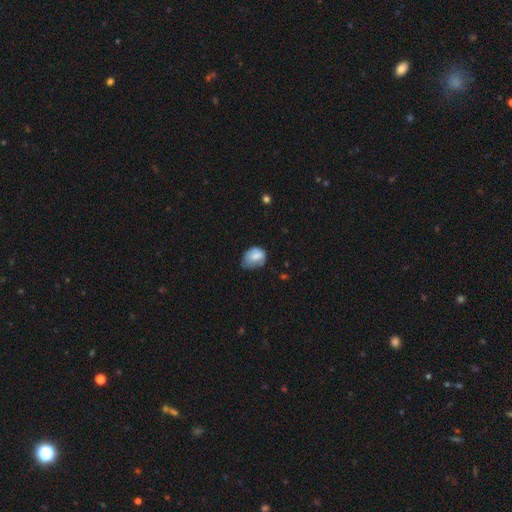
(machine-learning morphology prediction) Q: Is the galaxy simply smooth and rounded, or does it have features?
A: smooth — 73%.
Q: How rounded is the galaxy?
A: in between — 63%.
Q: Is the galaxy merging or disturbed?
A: minor disturbance — 42%.